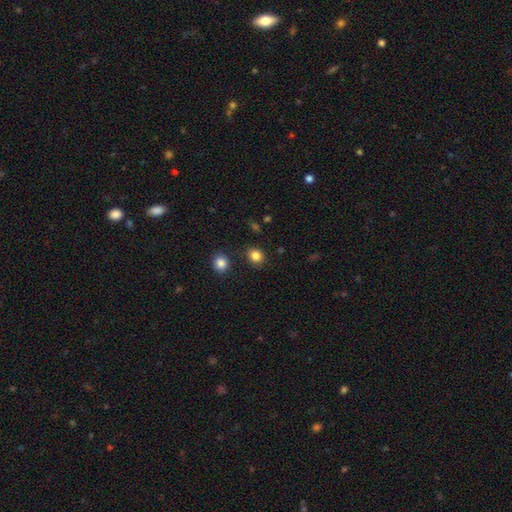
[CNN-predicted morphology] Smooth or featured? smooth (84%)
How rounded? round (74%)
Merging? none (83%)